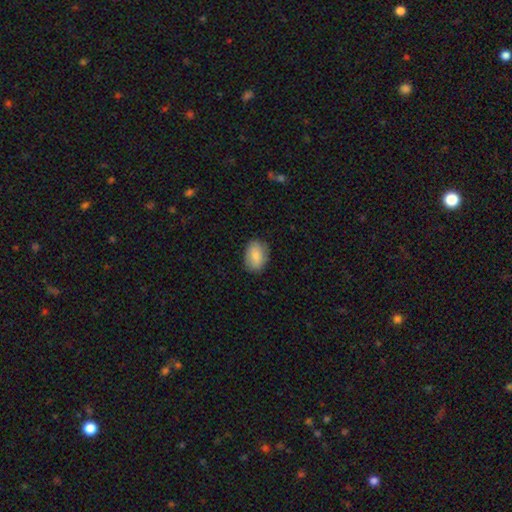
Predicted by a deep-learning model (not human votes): The model was most divided on "how rounded": in between: 80%, round: 19%, cigar-shaped: 1%. More confident: merging — none (81%); smooth or featured — smooth (80%).